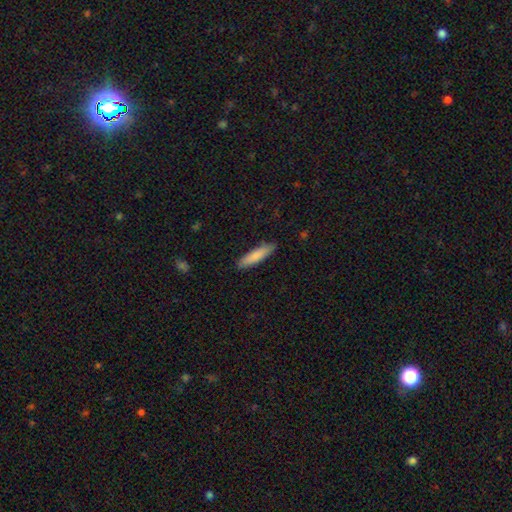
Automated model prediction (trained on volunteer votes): smooth 82%, featured or disk 12%, star or artifact 5%. Down the decision tree: how rounded — cigar-shaped (78%); merging — none (88%).